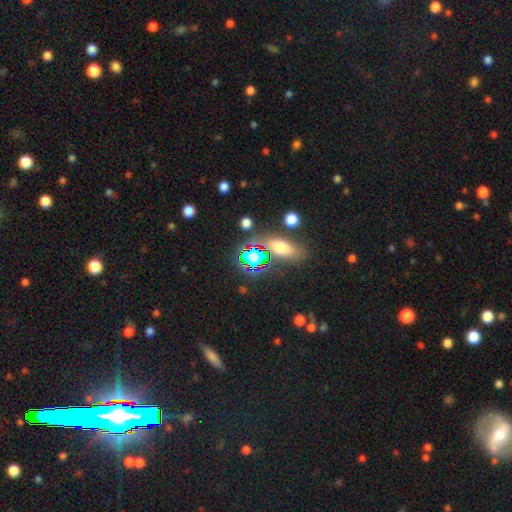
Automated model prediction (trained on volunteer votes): Smooth or featured?
  - star or artifact: 55% *
  - smooth: 31%
  - featured or disk: 14%